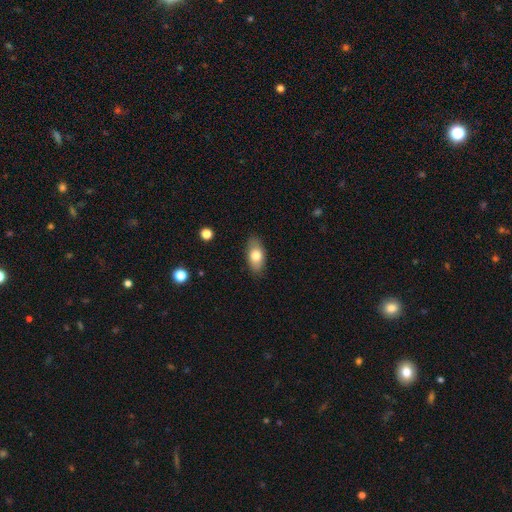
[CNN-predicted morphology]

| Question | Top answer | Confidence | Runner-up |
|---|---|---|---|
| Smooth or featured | smooth | 75% | featured or disk (18%) |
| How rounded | in between | 90% | cigar-shaped (5%) |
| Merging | none | 85% | minor disturbance (11%) |